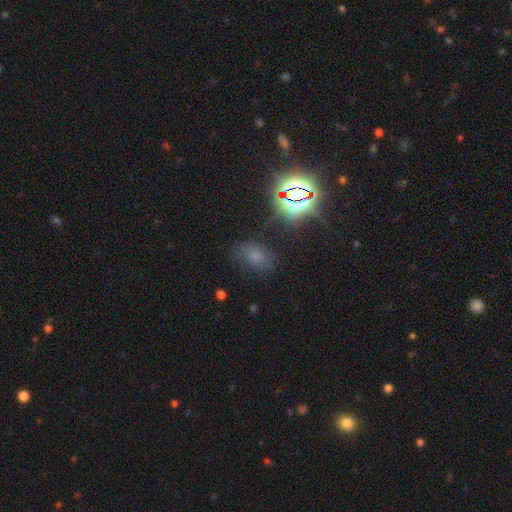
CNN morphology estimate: Q: Smooth or featured?
A: smooth (59%); runner-up: star or artifact (31%)
Q: How rounded?
A: in between (80%); runner-up: round (18%)
Q: Merging?
A: none (69%); runner-up: minor disturbance (19%)